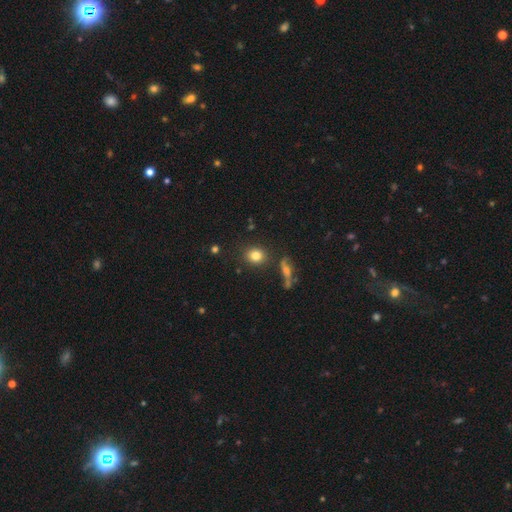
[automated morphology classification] type=smooth (81%); roundness=round (74%); merging=none (83%).